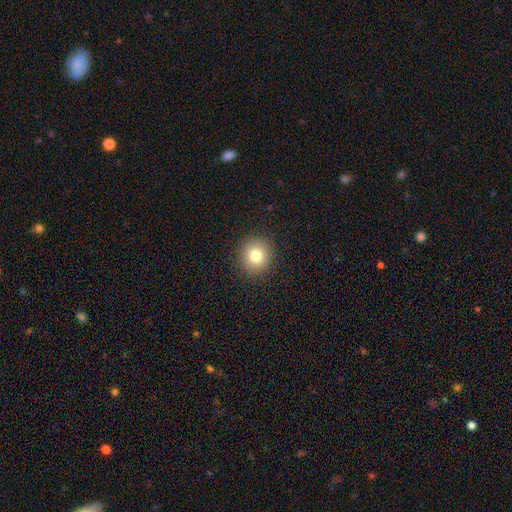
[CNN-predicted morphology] smooth-or-featured: smooth: 81% | star or artifact: 11% | featured or disk: 8%
  how-rounded: round: 88% | in between: 11% | cigar-shaped: 1%
  merging: none: 91% | minor disturbance: 6% | major disturbance: 2% | merger: 1%